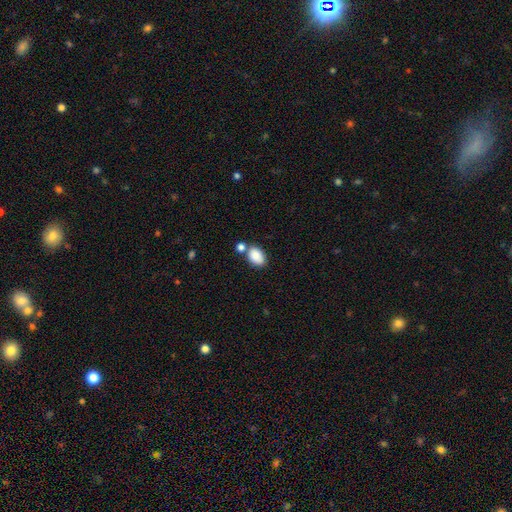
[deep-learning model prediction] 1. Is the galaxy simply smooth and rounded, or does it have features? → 86% smooth, 8% star or artifact, 6% featured or disk.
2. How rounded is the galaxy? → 84% in between, 14% round, 1% cigar-shaped.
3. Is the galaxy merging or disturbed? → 57% none, 25% merger, 14% minor disturbance, 4% major disturbance.